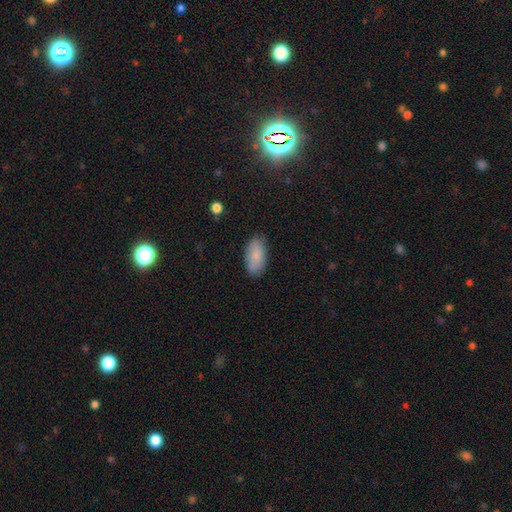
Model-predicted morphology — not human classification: This is clearly a smooth galaxy (84%). How rounded: clearly in between (93%). Merging: clearly none (83%).